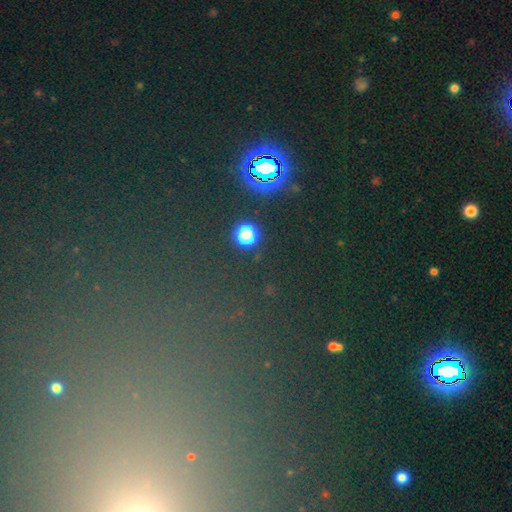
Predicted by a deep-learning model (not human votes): Smooth or featured: star or artifact — 70% (smooth — 22%)